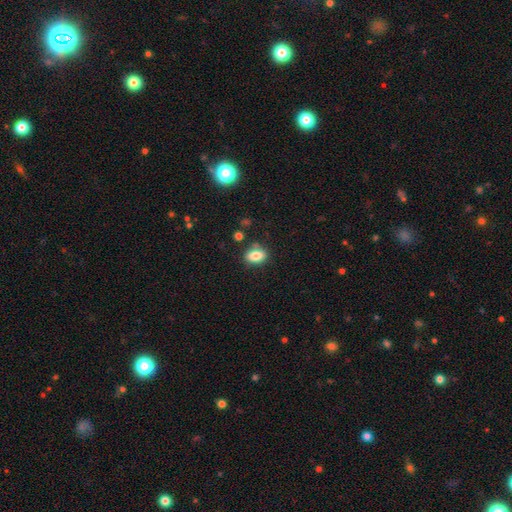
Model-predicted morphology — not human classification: This is clearly a smooth galaxy (82%). How rounded: clearly in between (81%). Merging: likely none (76%).